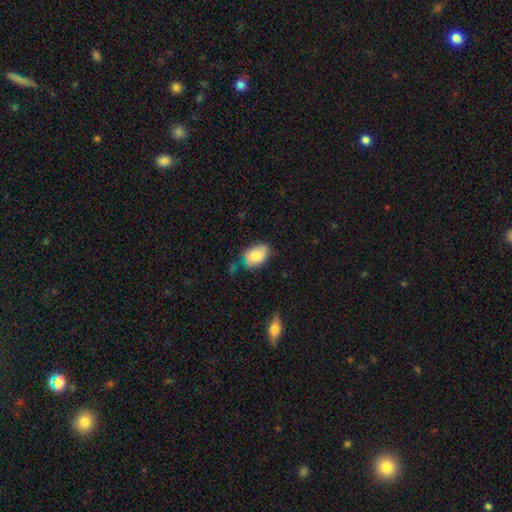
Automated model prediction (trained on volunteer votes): smooth 81%, featured or disk 12%, star or artifact 7%. Down the decision tree: how rounded — in between (85%); merging — none (60%).